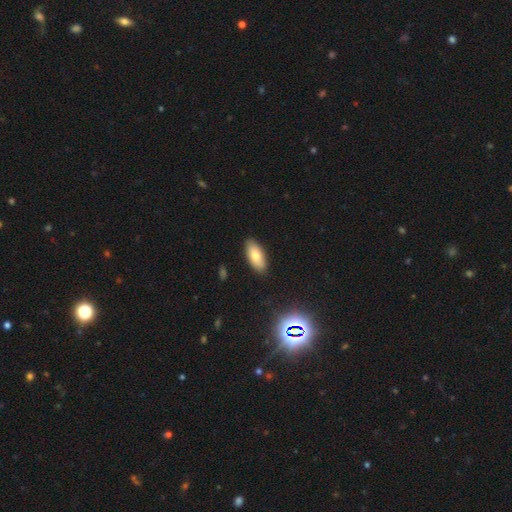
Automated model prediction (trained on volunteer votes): Smooth or featured? smooth (75%)
How rounded? in between (87%)
Merging? none (87%)